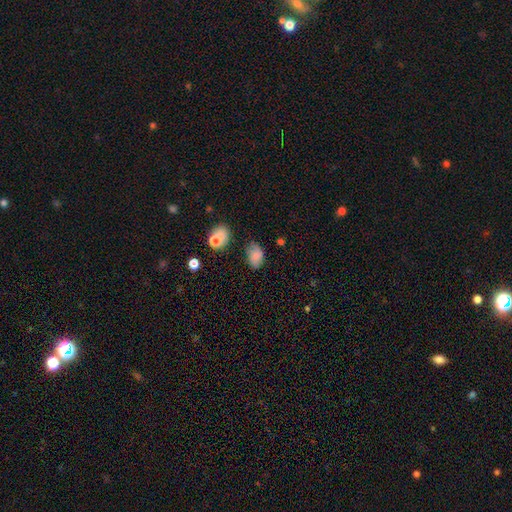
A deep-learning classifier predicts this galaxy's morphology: A smooth galaxy with no disk features (76%) that is in between round and cigar-shaped (83%).

Vote fractions:
- Smooth or featured? smooth: 76% / featured or disk: 14% / star or artifact: 10%
- How rounded? in between: 83% / round: 15% / cigar-shaped: 1%
- Merging? none: 62% / minor disturbance: 26% / major disturbance: 7% / merger: 5%